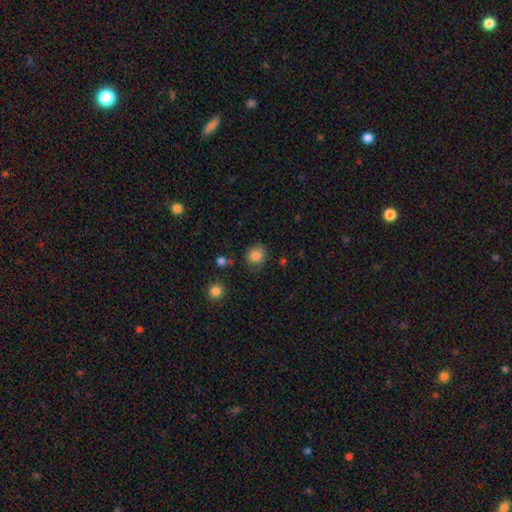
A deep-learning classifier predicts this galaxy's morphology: type=smooth (84%); roundness=round (81%); merging=none (78%).